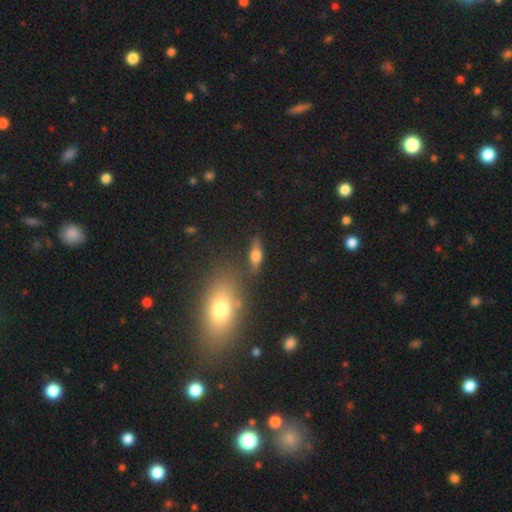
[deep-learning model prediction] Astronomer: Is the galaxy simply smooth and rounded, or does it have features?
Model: smooth — 49% (runner-up: featured or disk, 40%).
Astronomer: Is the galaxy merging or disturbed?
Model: none — 72%.